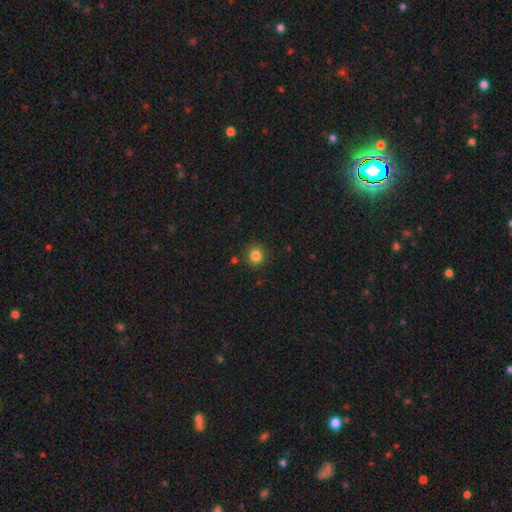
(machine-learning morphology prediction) smooth_or_featured: smooth (p=0.84) [alt: star or artifact p=0.12]
how_rounded: round (p=0.85) [alt: in between p=0.14]
merging: none (p=0.87) [alt: minor disturbance p=0.09]